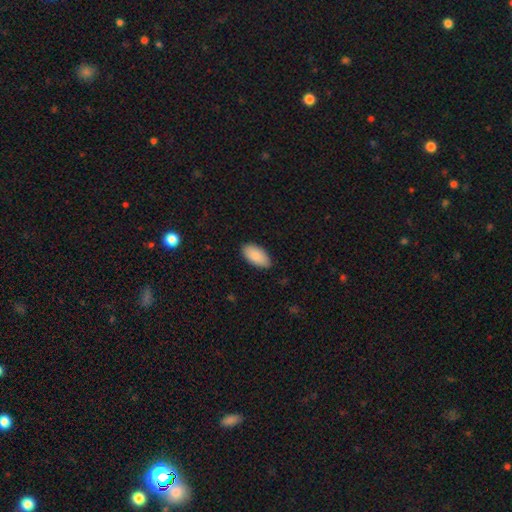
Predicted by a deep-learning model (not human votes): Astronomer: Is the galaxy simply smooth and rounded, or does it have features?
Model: smooth — 89%.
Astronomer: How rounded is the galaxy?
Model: in between — 96%.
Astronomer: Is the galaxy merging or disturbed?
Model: none — 87%.